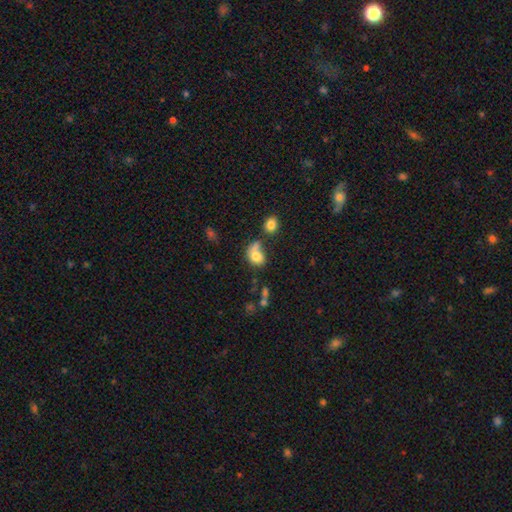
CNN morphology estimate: This appears to be a smooth galaxy with no disk features (76%) that is in between round and cigar-shaped (55%). Merging: none (36%).